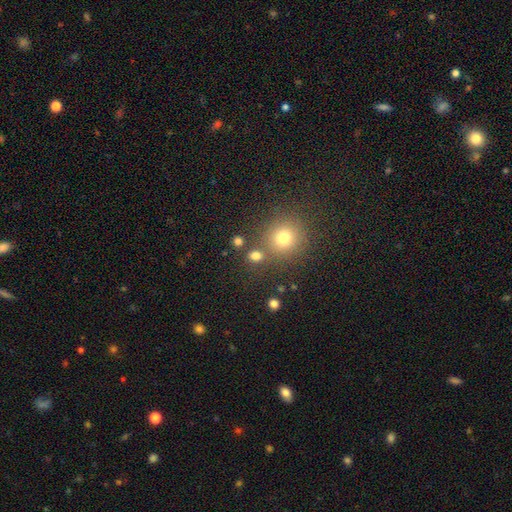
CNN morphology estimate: Q: Smooth or featured?
A: smooth (75%); runner-up: star or artifact (18%)
Q: How rounded?
A: round (74%); runner-up: in between (25%)
Q: Merging?
A: none (73%); runner-up: merger (14%)